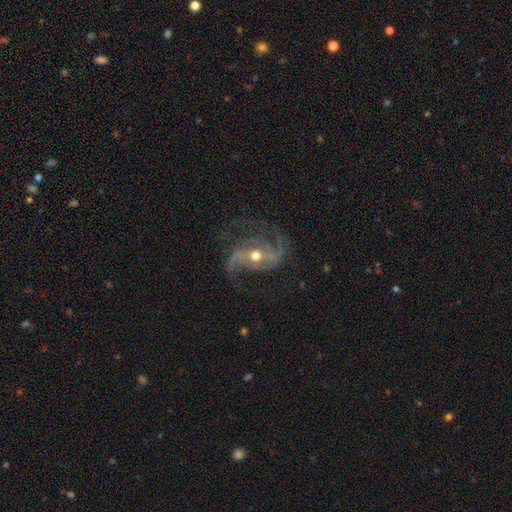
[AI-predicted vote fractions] smooth-or-featured: featured or disk: 87% | star or artifact: 7% | smooth: 6%
  disk-edge-on: no: 97% | yes: 3%
    bar: no: 45% | weak: 32% | strong: 23%
    has-spiral-arms: yes: 96% | no: 4%
      spiral-winding: loose: 51% | medium: 39% | tight: 10%
      spiral-arm-count: 2: 53% | 3: 24% | can't tell: 8% | 4: 6% | 1: 5% | more than 4: 4%
    bulge-size: moderate: 72% | small: 21% | large: 5% | none: 1% | dominant: 1%
  merging: none: 59% | major disturbance: 20% | minor disturbance: 19% | merger: 2%